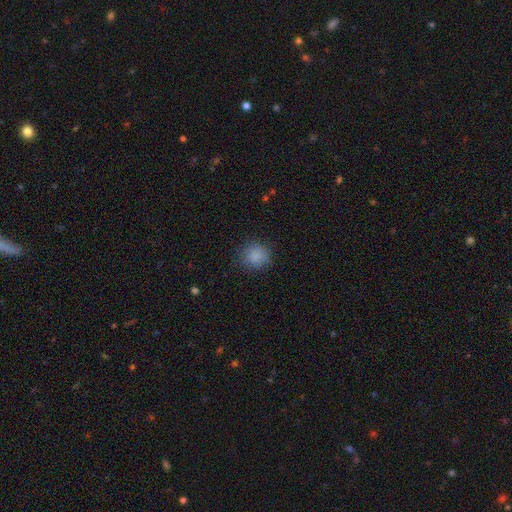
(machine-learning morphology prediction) Smooth or featured? Predicted: smooth (p=0.85). How rounded? Predicted: round (p=0.88). Merging? Predicted: none (p=0.84).